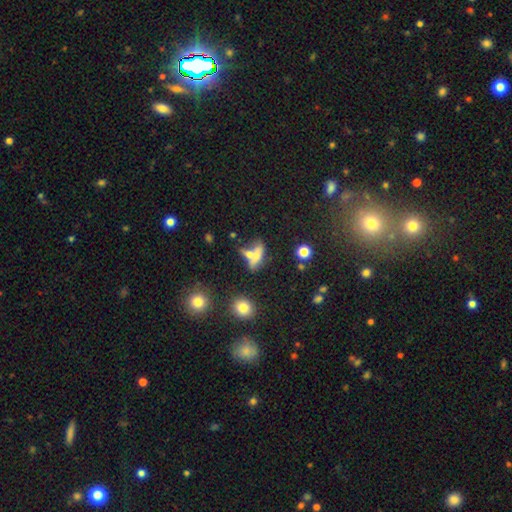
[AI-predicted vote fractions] Q: Smooth or featured?
A: smooth (55%); runner-up: featured or disk (31%)
Q: How rounded?
A: in between (50%); runner-up: cigar-shaped (39%)
Q: Merging?
A: none (40%); runner-up: merger (38%)